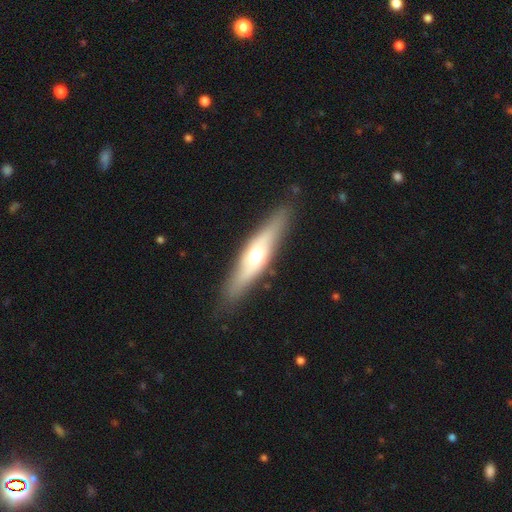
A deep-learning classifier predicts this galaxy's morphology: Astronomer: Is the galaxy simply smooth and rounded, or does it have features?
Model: featured or disk — 52% (runner-up: smooth, 42%).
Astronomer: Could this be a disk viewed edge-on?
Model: yes — 75%.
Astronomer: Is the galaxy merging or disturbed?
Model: none — 86%.